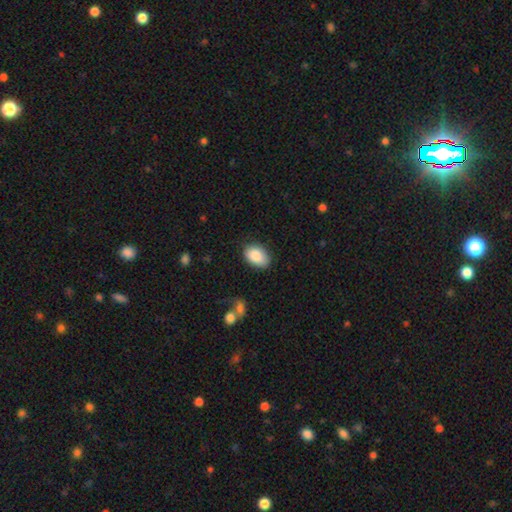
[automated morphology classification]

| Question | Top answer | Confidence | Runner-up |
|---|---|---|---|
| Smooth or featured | smooth | 88% | star or artifact (7%) |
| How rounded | in between | 88% | round (10%) |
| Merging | none | 79% | minor disturbance (16%) |